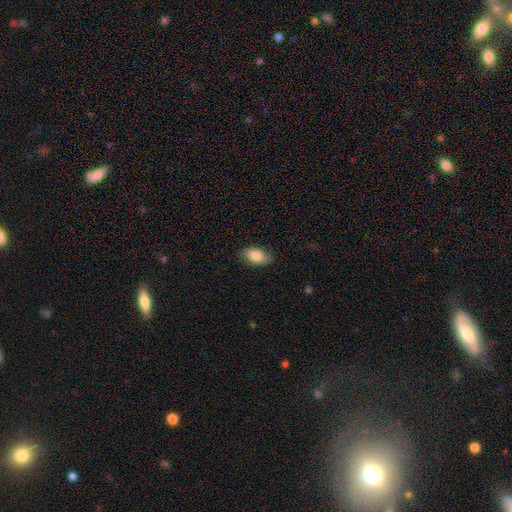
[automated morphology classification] Smooth or featured? smooth (80%)
How rounded? in between (93%)
Merging? none (82%)